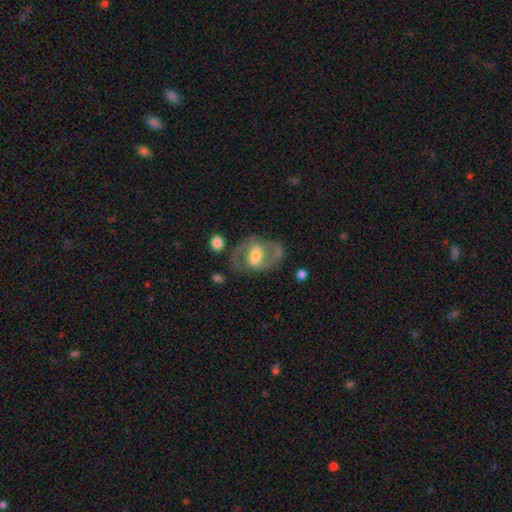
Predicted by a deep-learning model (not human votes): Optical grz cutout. It shows a featured or disk galaxy (70%) with a weak bar (43%), spiral arms (74%) and a moderate central bulge (53%). Merging: none (61%).